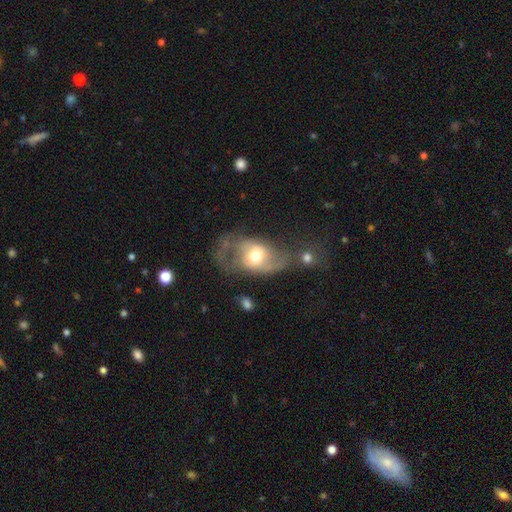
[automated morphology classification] The model was most divided on "merging": major disturbance: 33%, none: 32%, minor disturbance: 21%, merger: 14%. More confident: edge-on disk — no (92%); smooth or featured — featured or disk (52%).